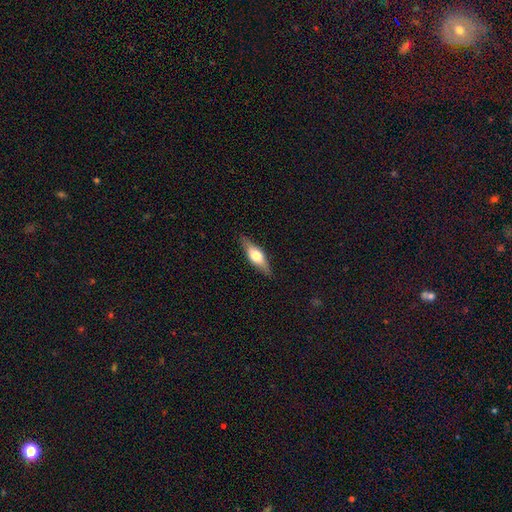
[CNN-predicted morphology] featured or disk 48%, smooth 46%, star or artifact 6%. Down the decision tree: merging — none (86%).